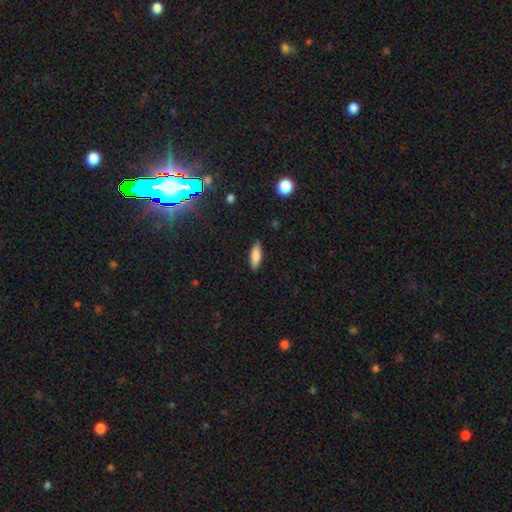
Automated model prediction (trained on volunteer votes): A smooth galaxy with no disk features (83%) that is in between round and cigar-shaped (60%). Merging: none (86%).